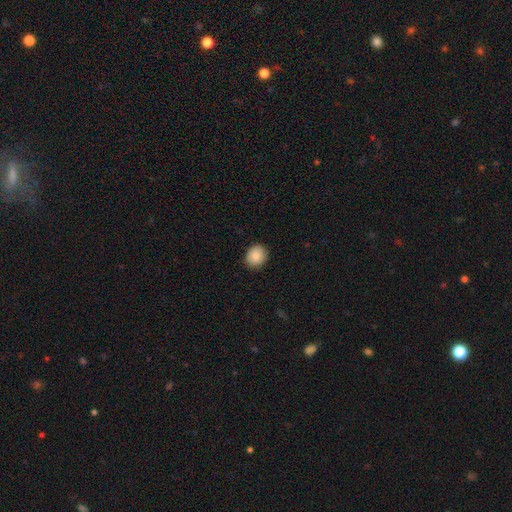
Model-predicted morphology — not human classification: Smooth or featured?
  - smooth: 88% *
  - star or artifact: 8%
  - featured or disk: 4%
How rounded?
  - round: 68% *
  - in between: 32%
  - cigar-shaped: 1%
Merging?
  - none: 88% *
  - minor disturbance: 9%
  - major disturbance: 2%
  - merger: 1%